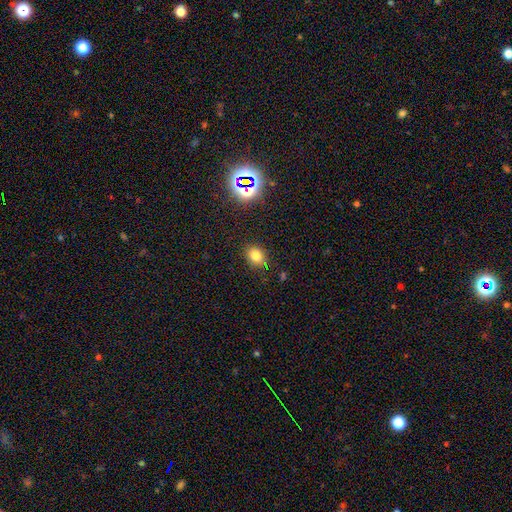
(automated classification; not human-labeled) This is likely a smooth galaxy (76%). How rounded: possibly round (60%). Merging: clearly none (83%).